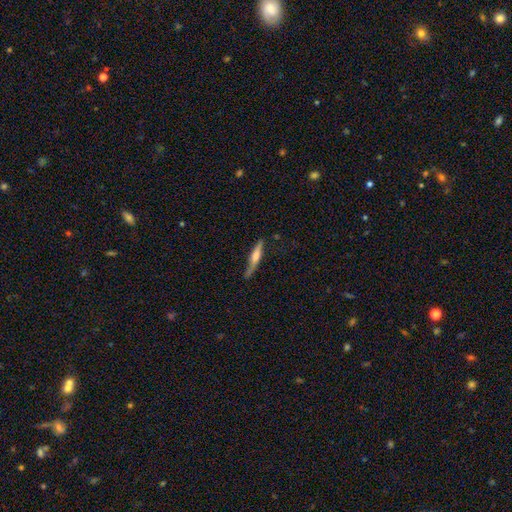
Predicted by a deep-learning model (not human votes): Q: Smooth or featured?
A: featured or disk (58%); runner-up: smooth (36%)
Q: Edge-on disk?
A: yes (94%); runner-up: no (6%)
Q: Edge-on bulge?
A: rounded (66%); runner-up: boxy (24%)
Q: Merging?
A: none (75%); runner-up: minor disturbance (19%)